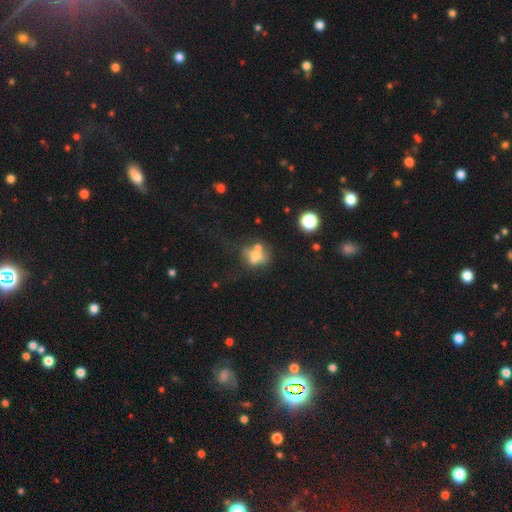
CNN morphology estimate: smooth-or-featured: smooth: 53% | featured or disk: 29% | star or artifact: 18%
  how-rounded: round: 58% | in between: 40% | cigar-shaped: 2%
  merging: none: 37% | merger: 33% | minor disturbance: 16% | major disturbance: 14%